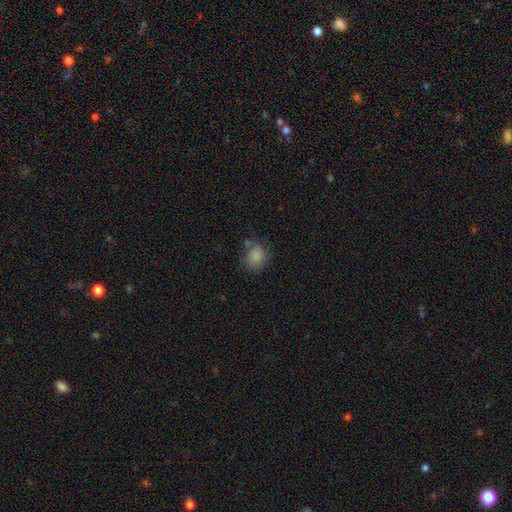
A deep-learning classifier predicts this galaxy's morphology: A smooth galaxy with no disk features (84%) that is round (68%).

Vote fractions:
- Smooth or featured? smooth: 84% / star or artifact: 10% / featured or disk: 6%
- How rounded? round: 68% / in between: 31% / cigar-shaped: 1%
- Merging? none: 62% / minor disturbance: 19% / merger: 12% / major disturbance: 7%